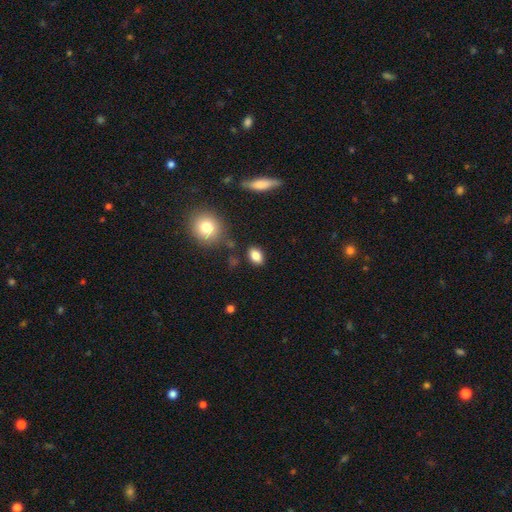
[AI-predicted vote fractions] This is clearly a smooth galaxy (84%). How rounded: clearly in between (81%). Merging: clearly none (83%).